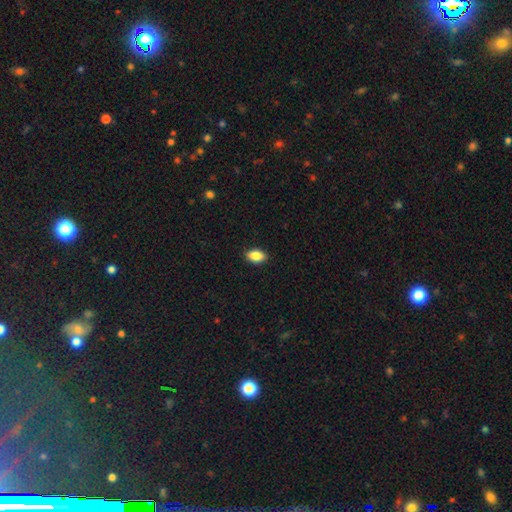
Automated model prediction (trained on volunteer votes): smooth_or_featured: smooth (p=0.88) [alt: star or artifact p=0.08]
how_rounded: in between (p=0.90) [alt: round p=0.07]
merging: none (p=0.88) [alt: minor disturbance p=0.09]